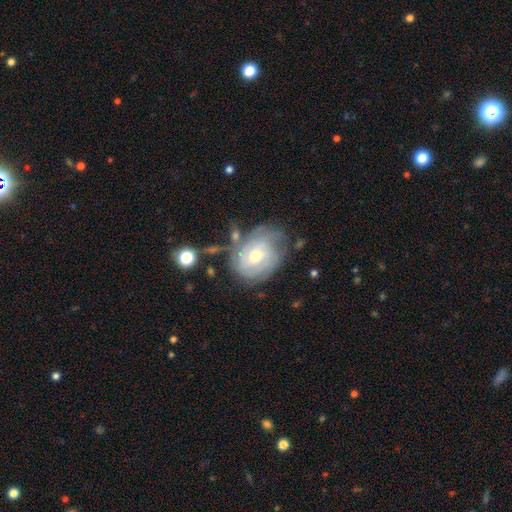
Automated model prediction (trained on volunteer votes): This is likely a featured or disk galaxy (76%). It is clearly not viewed edge-on (97%). Bar: likely no (64%). Spiral arm pattern: clearly yes (89%). Spiral arm count: possibly can't tell (46%). Spiral winding: likely tight (67%). Central bulge: possibly moderate (55%). Merging: possibly none (55%).